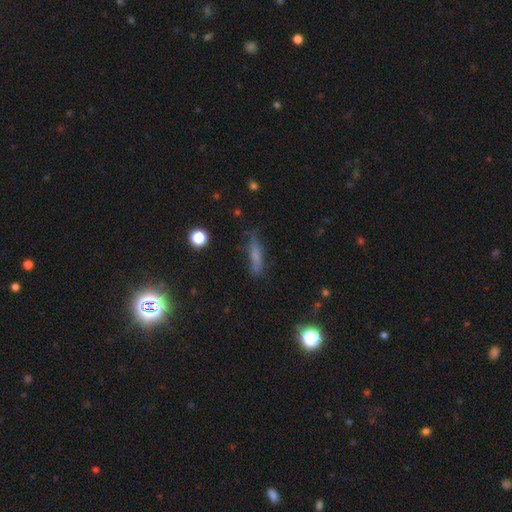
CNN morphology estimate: The model was most divided on "smooth or featured": smooth: 59%, featured or disk: 26%, star or artifact: 15%. More confident: how rounded — cigar-shaped (73%); merging — none (68%).